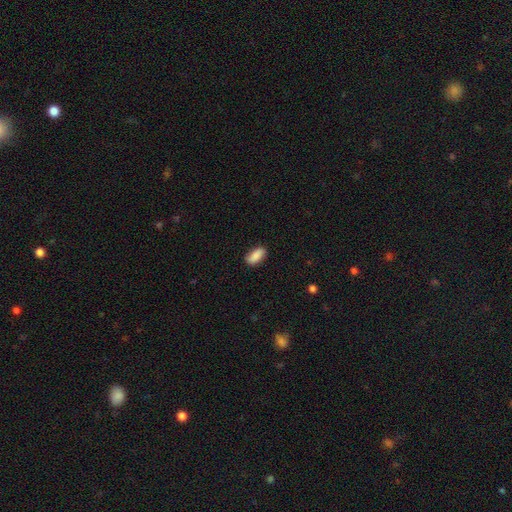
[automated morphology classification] This appears to be a smooth galaxy with no disk features (88%) that is in between round and cigar-shaped (87%). Merging: none (85%).